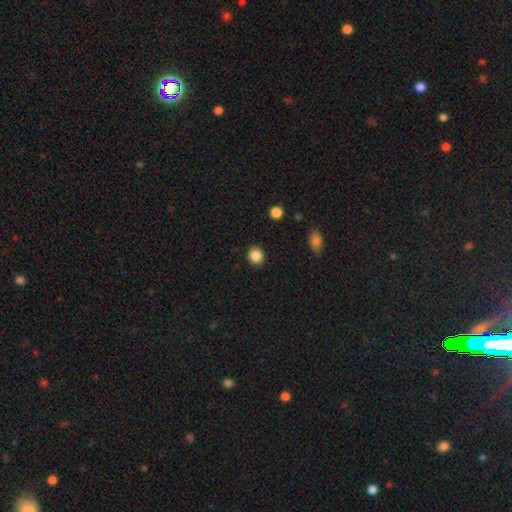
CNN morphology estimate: A smooth galaxy with no disk features (87%) that is round (81%).

Vote fractions:
- Smooth or featured? smooth: 87% / star or artifact: 10% / featured or disk: 3%
- How rounded? round: 81% / in between: 18% / cigar-shaped: 1%
- Merging? none: 91% / minor disturbance: 6% / major disturbance: 2% / merger: 1%